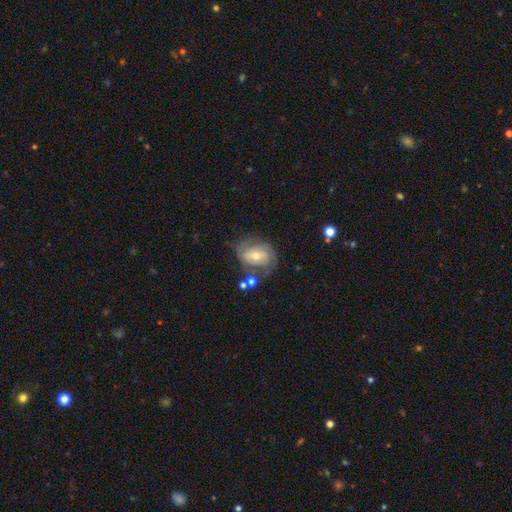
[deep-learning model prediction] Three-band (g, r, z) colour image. It shows a featured or disk galaxy (57%) with no bar (61%), spiral arms (67%) and a moderate central bulge (59%). Merging: none (54%).